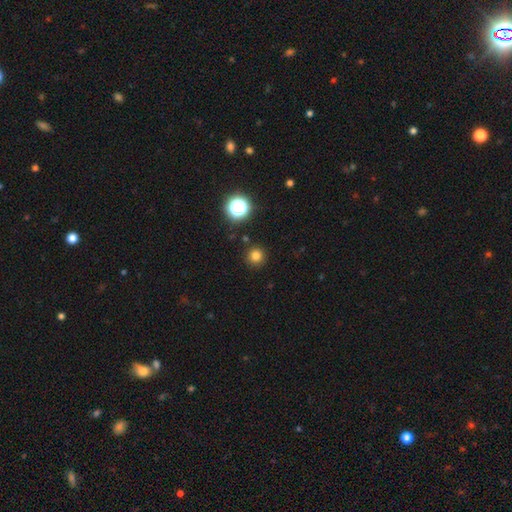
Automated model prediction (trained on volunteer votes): Smooth or featured? Predicted: smooth (p=0.77). How rounded? Predicted: round (p=0.96). Merging? Predicted: none (p=0.91).